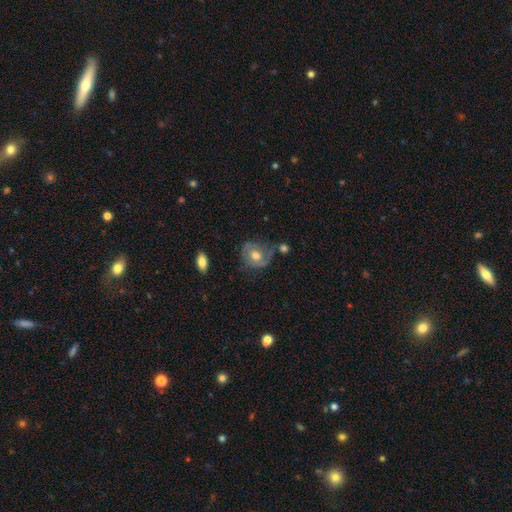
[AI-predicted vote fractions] Overall: featured or disk (56%; smooth 37%). Edge-on disk: no (96%). Bar: no (69%). Spiral arms: yes (75%). Bulge size: moderate (74%). Merging: none (56%; minor disturbance 25%).